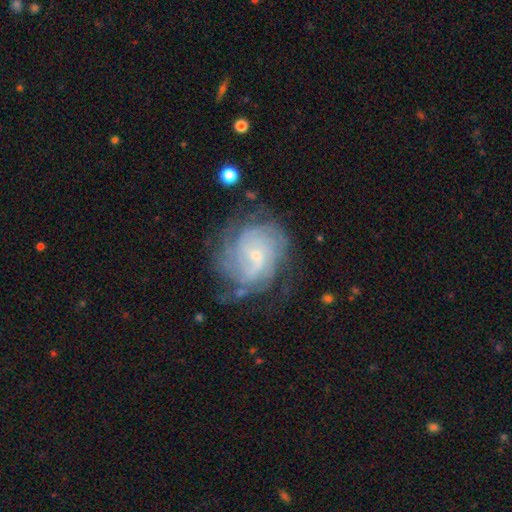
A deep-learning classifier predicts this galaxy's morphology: Smooth or featured: featured or disk — 84% (smooth — 9%)
Edge-on disk: no — 98% (yes — 2%)
Bar: no — 61% (weak — 33%)
Spiral arms: yes — 95% (no — 5%)
Spiral winding: tight — 69% (medium — 26%)
Spiral arm count: can't tell — 36% (4 — 21%)
Bulge size: small — 77% (moderate — 19%)
Merging: none — 68% (minor disturbance — 20%)